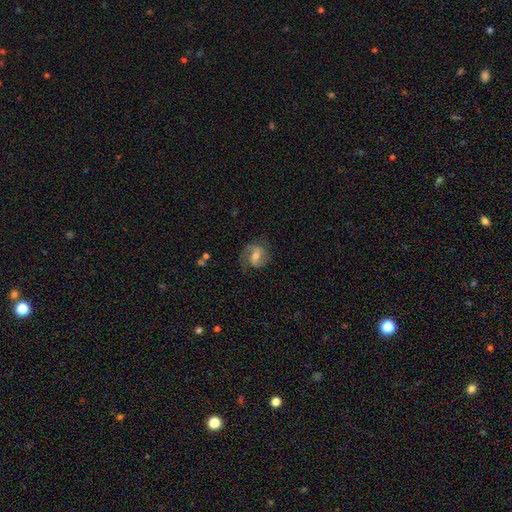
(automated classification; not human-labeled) smooth-or-featured: featured or disk: 66% | smooth: 26% | star or artifact: 8%
  disk-edge-on: no: 97% | yes: 3%
    bar: weak: 48% | no: 27% | strong: 25%
    has-spiral-arms: yes: 89% | no: 11%
      spiral-winding: medium: 48% | loose: 28% | tight: 24%
      spiral-arm-count: 2: 70% | 1: 18% | can't tell: 8% | 3: 2% | 4: 1% | more than 4: 1%
    bulge-size: moderate: 54% | small: 37% | large: 5% | none: 3% | dominant: 1%
  merging: none: 64% | minor disturbance: 20% | major disturbance: 14% | merger: 2%